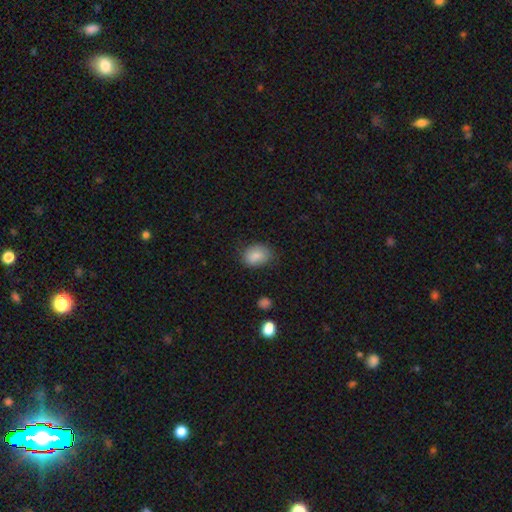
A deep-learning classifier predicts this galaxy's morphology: Overall: smooth (85%). How rounded: in between (73%). Merging: none (74%).